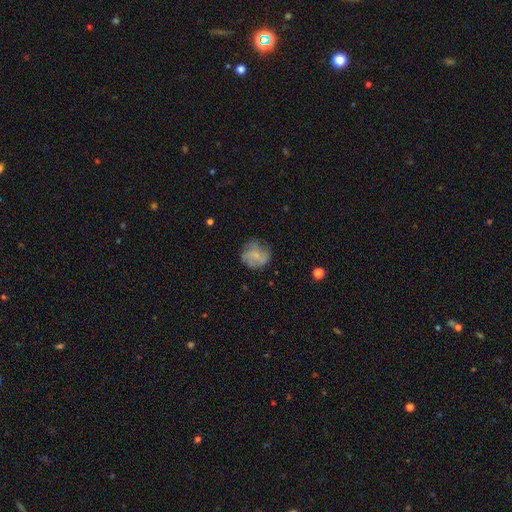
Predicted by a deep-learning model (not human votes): Smooth or featured: smooth — 52% (featured or disk — 38%)
How rounded: round — 84% (in between — 15%)
Merging: none — 66% (minor disturbance — 22%)